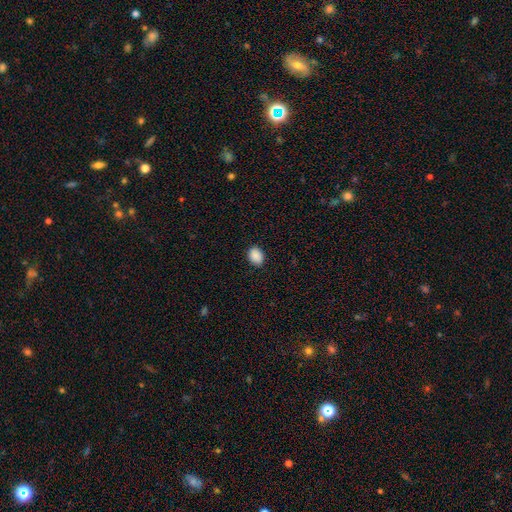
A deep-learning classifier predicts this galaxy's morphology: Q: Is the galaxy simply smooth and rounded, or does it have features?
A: smooth — 90%.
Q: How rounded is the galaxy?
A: in between — 66%.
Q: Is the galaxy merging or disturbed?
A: none — 88%.